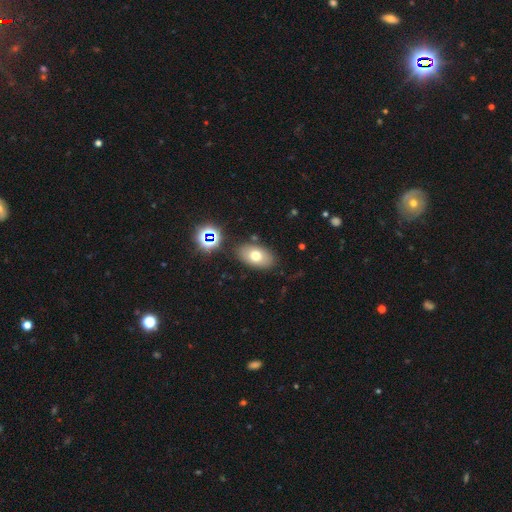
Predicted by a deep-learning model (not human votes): This appears to be a smooth galaxy with no disk features (70%) that is in between round and cigar-shaped (89%). Merging: none (83%).